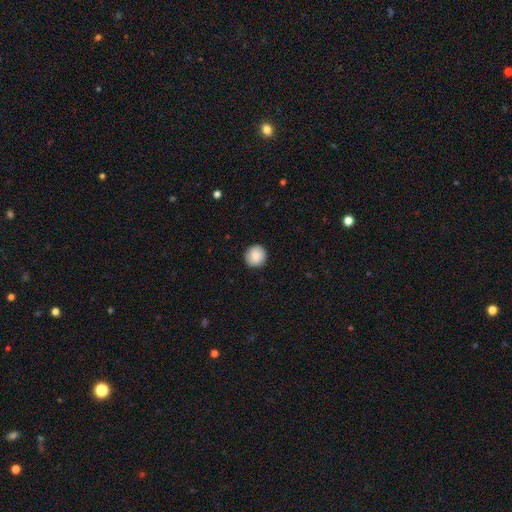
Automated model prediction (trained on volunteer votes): Q: Smooth or featured?
A: smooth (88%); runner-up: star or artifact (7%)
Q: How rounded?
A: round (94%); runner-up: in between (5%)
Q: Merging?
A: none (91%); runner-up: minor disturbance (6%)